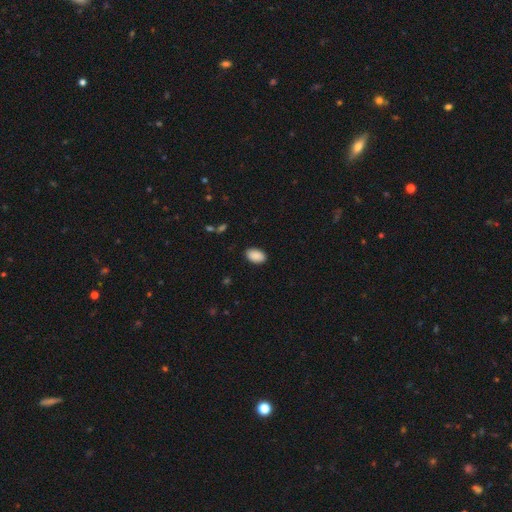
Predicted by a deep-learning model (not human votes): Overall: smooth (90%). How rounded: in between (93%). Merging: none (89%).